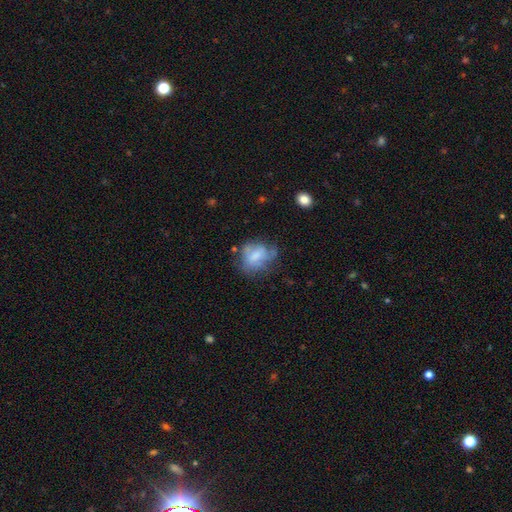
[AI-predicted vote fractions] A smooth galaxy with no disk features (57%) that is in between round and cigar-shaped (52%). Merging: none (42%).